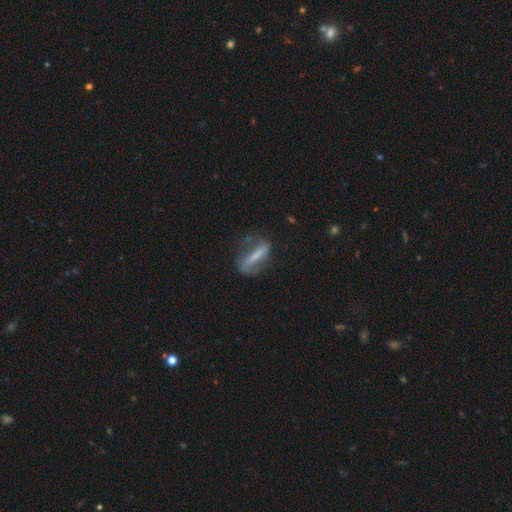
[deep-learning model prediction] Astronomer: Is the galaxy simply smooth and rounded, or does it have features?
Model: featured or disk — 52% (runner-up: smooth, 39%).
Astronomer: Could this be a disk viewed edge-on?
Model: no — 74%.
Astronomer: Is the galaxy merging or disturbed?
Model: none — 58%.